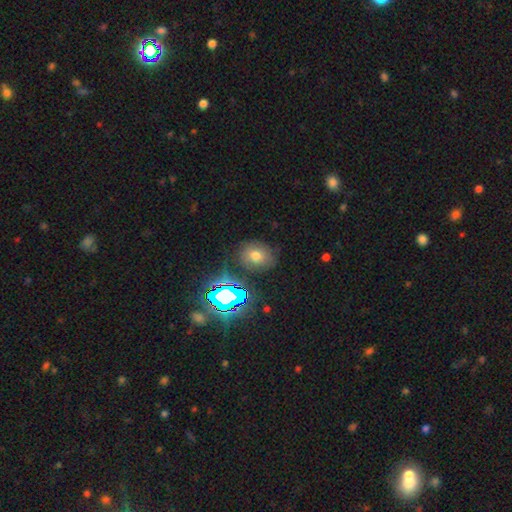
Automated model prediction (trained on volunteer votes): smooth-or-featured: smooth: 56% | star or artifact: 25% | featured or disk: 18%
  how-rounded: in between: 50% | round: 48% | cigar-shaped: 1%
  merging: none: 78% | minor disturbance: 14% | major disturbance: 5% | merger: 3%